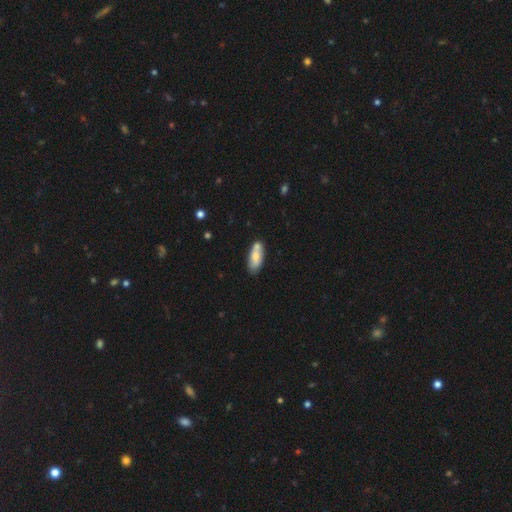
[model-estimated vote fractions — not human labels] Morphology: type=smooth (71%); roundness=in between (76%); merging=none (65%).